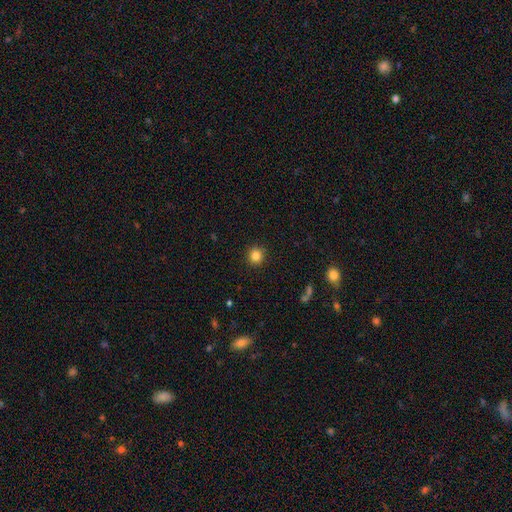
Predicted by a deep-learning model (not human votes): Morphology: type=smooth (84%); roundness=round (90%); merging=none (91%).